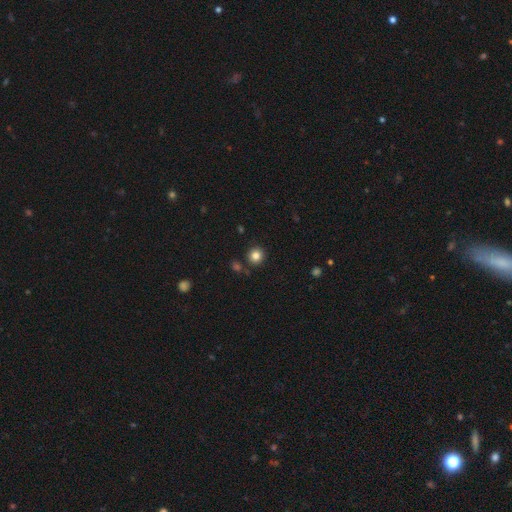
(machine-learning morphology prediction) Smooth or featured? smooth (83%)
How rounded? round (91%)
Merging? none (86%)